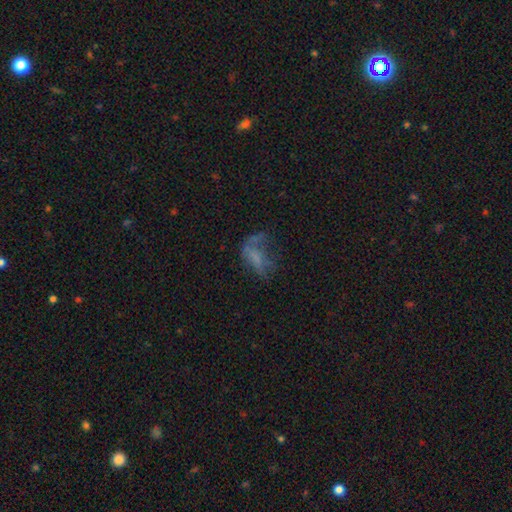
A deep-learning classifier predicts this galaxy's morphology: smooth_or_featured: smooth (p=0.42) [alt: featured or disk p=0.38]
merging: major disturbance (p=0.40) [alt: none p=0.32]